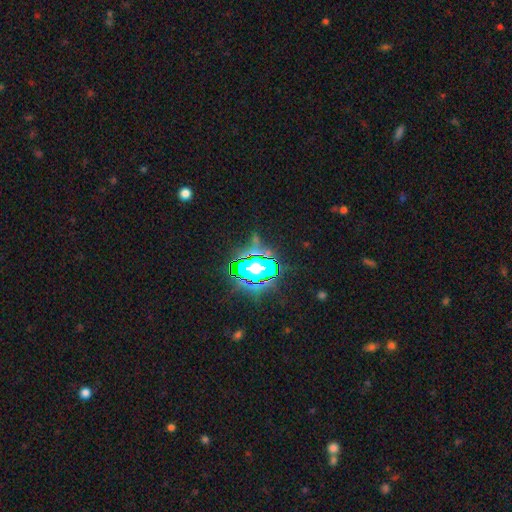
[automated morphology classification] Smooth or featured: star or artifact — 81% (smooth — 11%)